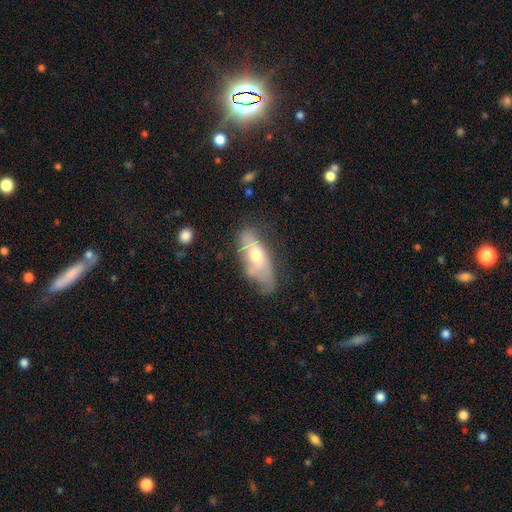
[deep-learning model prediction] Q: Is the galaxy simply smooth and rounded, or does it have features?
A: smooth — 52%.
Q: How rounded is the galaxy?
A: in between — 73%.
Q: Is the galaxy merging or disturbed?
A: none — 48%.